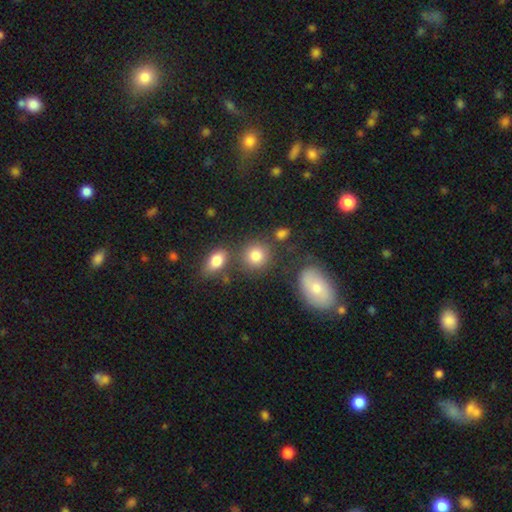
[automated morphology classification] Q: Smooth or featured?
A: smooth (81%); runner-up: star or artifact (11%)
Q: How rounded?
A: round (80%); runner-up: in between (19%)
Q: Merging?
A: none (69%); runner-up: merger (14%)